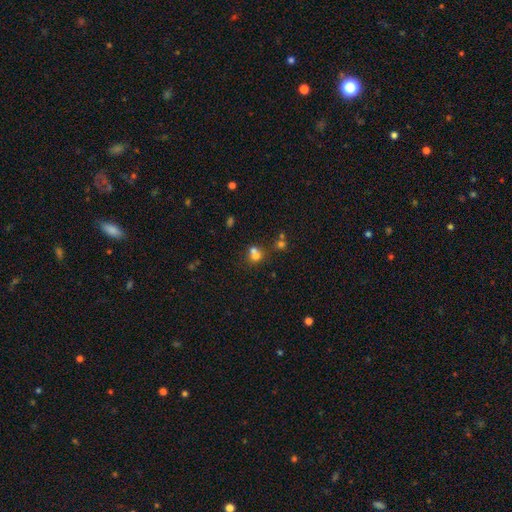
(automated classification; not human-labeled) Overall: smooth (66%). How rounded: round (74%). Merging: merger (55%; none 34%).